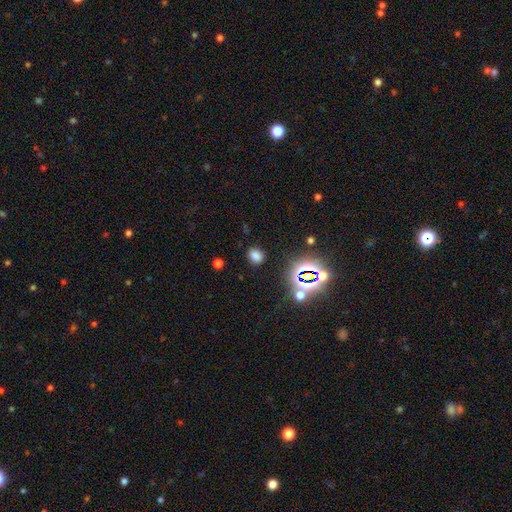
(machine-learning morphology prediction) smooth-or-featured: smooth: 70% | star or artifact: 24% | featured or disk: 6%
  how-rounded: in between: 54% | round: 44% | cigar-shaped: 1%
  merging: none: 84% | minor disturbance: 10% | major disturbance: 4% | merger: 2%